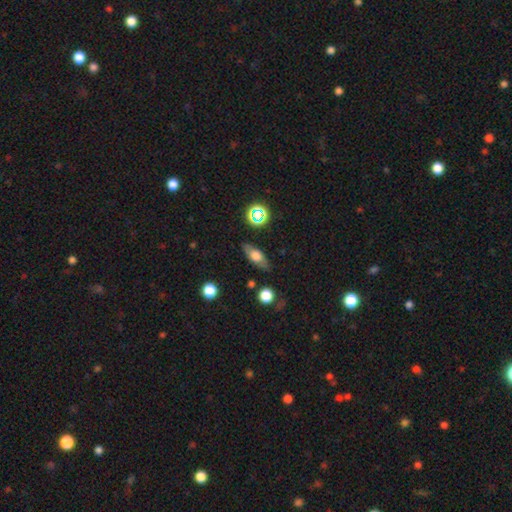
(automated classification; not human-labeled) Smooth or featured? Predicted: smooth (p=0.60). How rounded? Predicted: in between (p=0.68). Merging? Predicted: none (p=0.82).